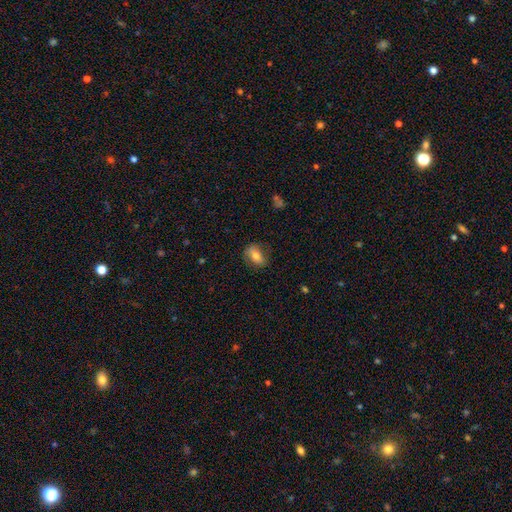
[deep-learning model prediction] Q: Smooth or featured?
A: smooth (73%); runner-up: featured or disk (19%)
Q: How rounded?
A: in between (80%); runner-up: round (17%)
Q: Merging?
A: none (77%); runner-up: minor disturbance (17%)